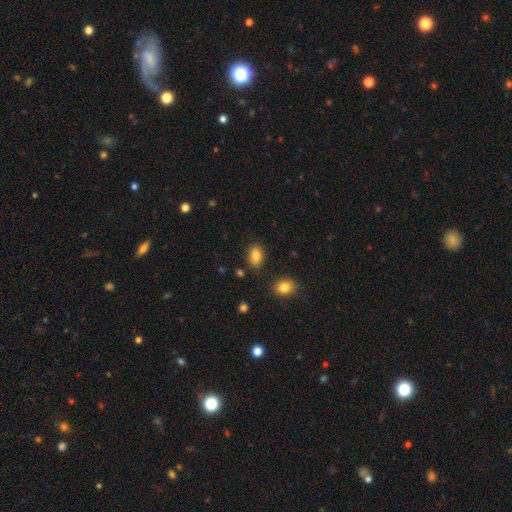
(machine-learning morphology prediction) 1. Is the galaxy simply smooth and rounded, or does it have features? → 84% smooth, 9% star or artifact, 7% featured or disk.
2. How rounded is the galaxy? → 86% in between, 13% round, 2% cigar-shaped.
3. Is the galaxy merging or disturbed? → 84% none, 10% minor disturbance, 3% merger, 3% major disturbance.